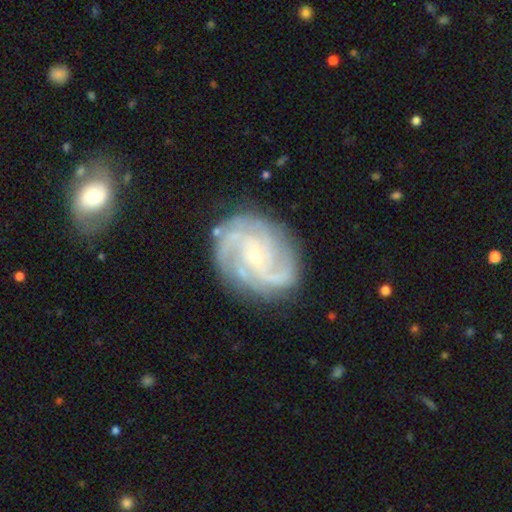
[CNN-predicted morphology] Overall: featured or disk (89%). Edge-on disk: no (98%). Bar: no (65%; weak 28%). Spiral arms: yes (98%). Spiral arm count: 3 (30%; 2 25%). Spiral winding: tight (48%; medium 41%). Bulge size: small (81%). Merging: none (79%).